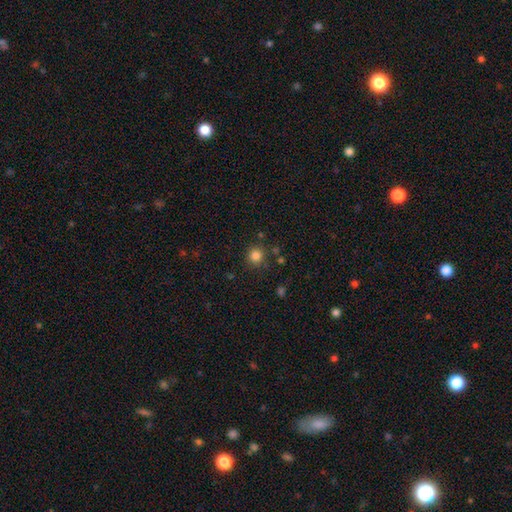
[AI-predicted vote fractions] Q: Smooth or featured?
A: smooth (83%); runner-up: star or artifact (13%)
Q: How rounded?
A: round (92%); runner-up: in between (7%)
Q: Merging?
A: none (84%); runner-up: minor disturbance (8%)